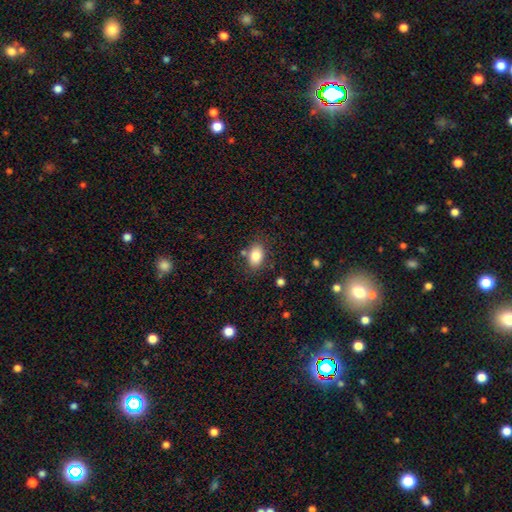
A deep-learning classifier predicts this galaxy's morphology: smooth_or_featured: smooth (p=0.84) [alt: star or artifact p=0.08]
how_rounded: in between (p=0.85) [alt: round p=0.14]
merging: none (p=0.78) [alt: minor disturbance p=0.13]